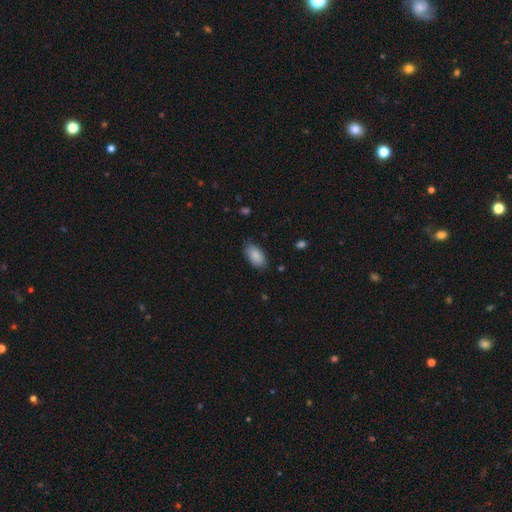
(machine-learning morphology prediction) Smooth or featured: smooth — 88% (featured or disk — 6%)
How rounded: in between — 94% (cigar-shaped — 3%)
Merging: none — 81% (minor disturbance — 15%)